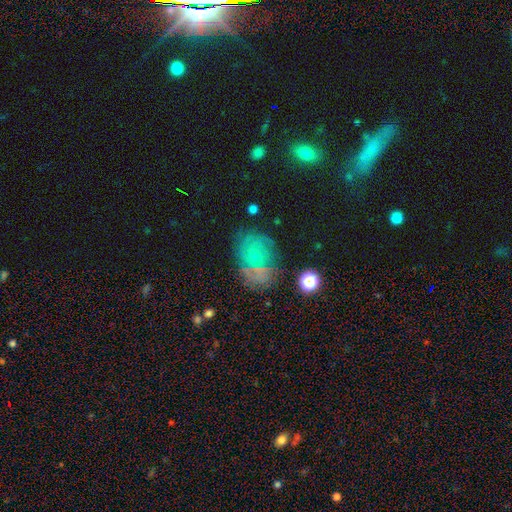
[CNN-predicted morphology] smooth-or-featured: featured or disk: 50% | smooth: 27% | star or artifact: 23%
  merging: none: 66% | minor disturbance: 17% | merger: 10% | major disturbance: 8%